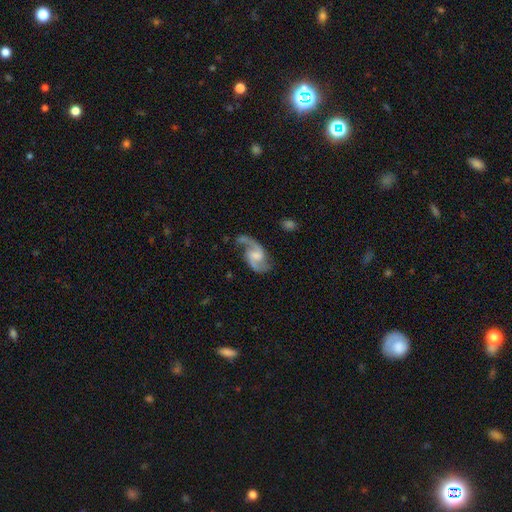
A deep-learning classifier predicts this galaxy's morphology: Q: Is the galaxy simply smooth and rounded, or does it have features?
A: featured or disk — 89%.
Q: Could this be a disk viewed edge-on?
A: no — 98%.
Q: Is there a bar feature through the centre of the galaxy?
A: weak — 53%.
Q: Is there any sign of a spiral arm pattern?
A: yes — 97%.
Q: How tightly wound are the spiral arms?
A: loose — 51%.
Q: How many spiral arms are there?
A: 2 — 91%.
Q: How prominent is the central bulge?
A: moderate — 35%.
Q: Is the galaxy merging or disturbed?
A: none — 67%.